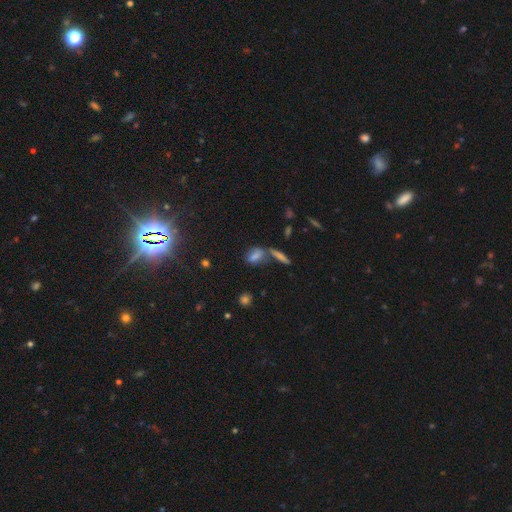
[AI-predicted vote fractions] Q: Smooth or featured?
A: smooth (52%); runner-up: star or artifact (30%)
Q: How rounded?
A: in between (70%); runner-up: cigar-shaped (18%)
Q: Merging?
A: none (45%); runner-up: merger (37%)